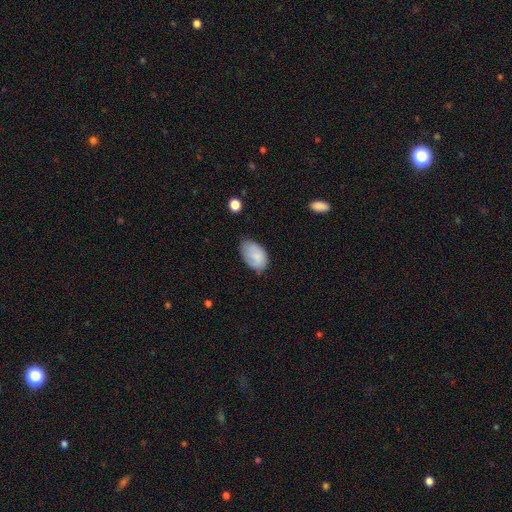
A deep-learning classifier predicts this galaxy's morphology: Smooth or featured? Predicted: smooth (p=0.81). How rounded? Predicted: in between (p=0.91). Merging? Predicted: none (p=0.53).